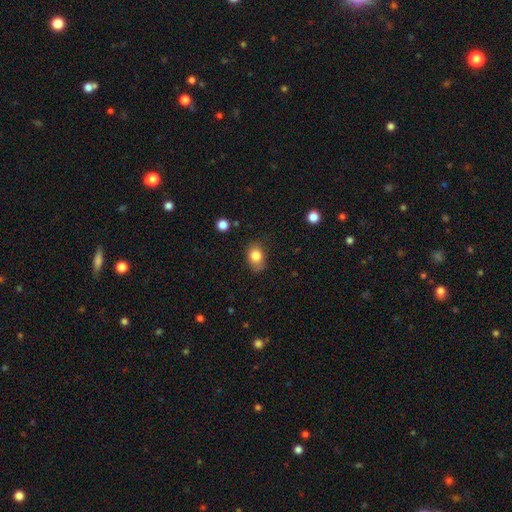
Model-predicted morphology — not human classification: This appears to be a smooth galaxy with no disk features (82%) that is in between round and cigar-shaped (65%). Merging: none (69%).